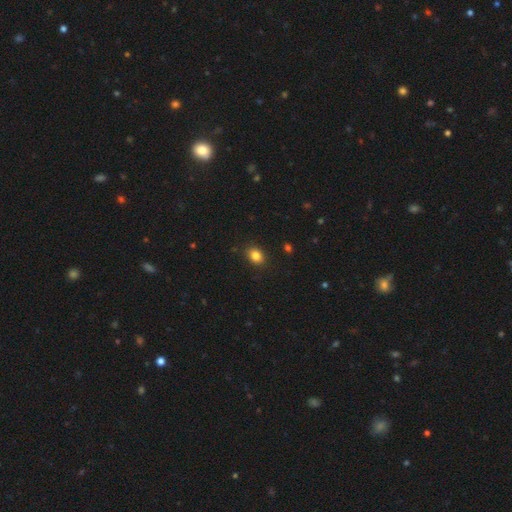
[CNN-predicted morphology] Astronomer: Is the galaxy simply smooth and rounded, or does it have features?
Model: smooth — 84%.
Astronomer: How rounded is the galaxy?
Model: in between — 59% (runner-up: round, 40%).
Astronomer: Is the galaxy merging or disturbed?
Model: none — 88%.